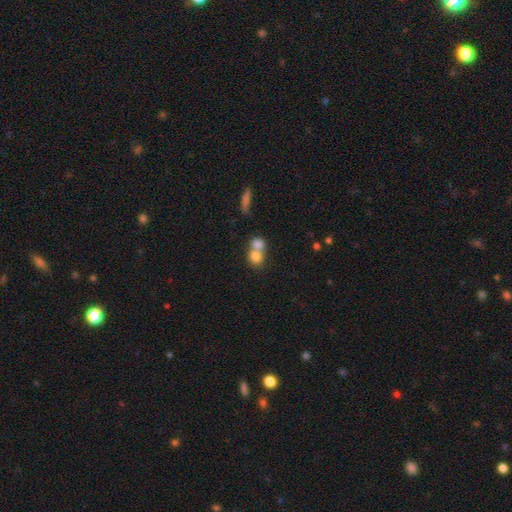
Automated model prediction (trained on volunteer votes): smooth-or-featured: smooth: 77% | featured or disk: 14% | star or artifact: 10%
  how-rounded: round: 73% | in between: 25% | cigar-shaped: 2%
  merging: merger: 63% | none: 29% | minor disturbance: 5% | major disturbance: 3%